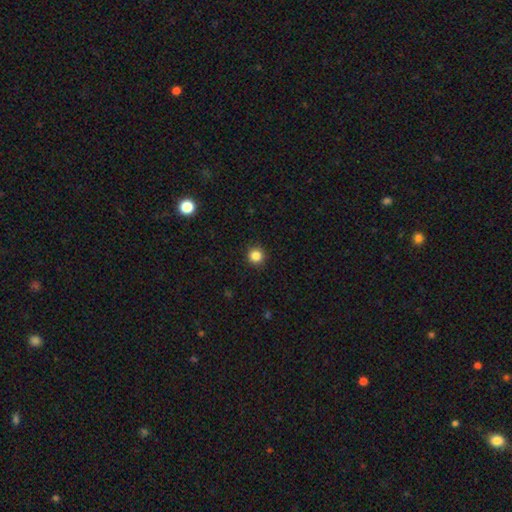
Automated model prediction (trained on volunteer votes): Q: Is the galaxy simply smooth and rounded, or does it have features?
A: smooth — 85%.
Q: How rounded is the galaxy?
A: round — 94%.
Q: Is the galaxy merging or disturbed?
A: none — 92%.